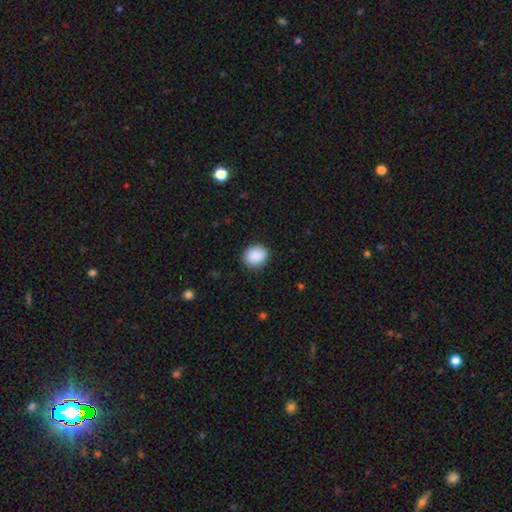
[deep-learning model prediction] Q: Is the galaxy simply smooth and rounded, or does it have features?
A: smooth — 90%.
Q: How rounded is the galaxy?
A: round — 56%.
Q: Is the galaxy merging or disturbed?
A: none — 87%.